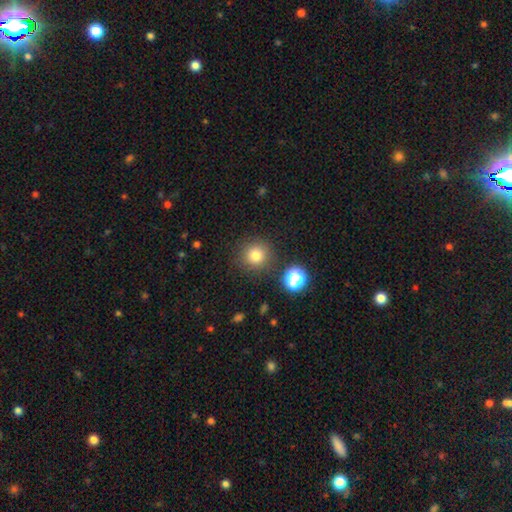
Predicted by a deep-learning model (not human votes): This is likely a smooth galaxy (78%). How rounded: clearly round (94%). Merging: clearly none (86%).